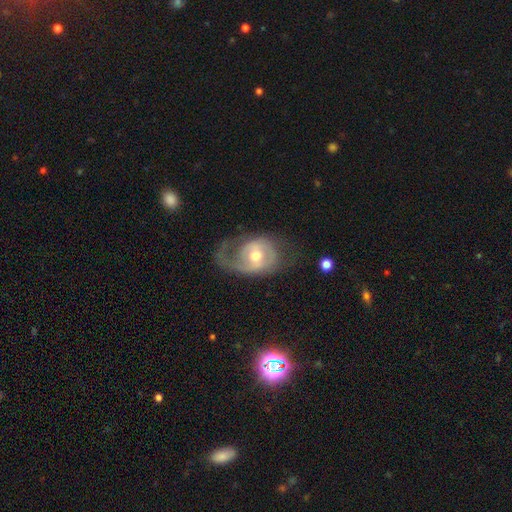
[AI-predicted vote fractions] Smooth or featured: featured or disk — 71% (smooth — 23%)
Edge-on disk: no — 95% (yes — 5%)
Bar: no — 44% (weak — 41%)
Spiral arms: yes — 78% (no — 22%)
Spiral winding: medium — 40% (loose — 32%)
Spiral arm count: 2 — 44% (1 — 38%)
Bulge size: moderate — 68% (small — 24%)
Merging: none — 42% (major disturbance — 33%)